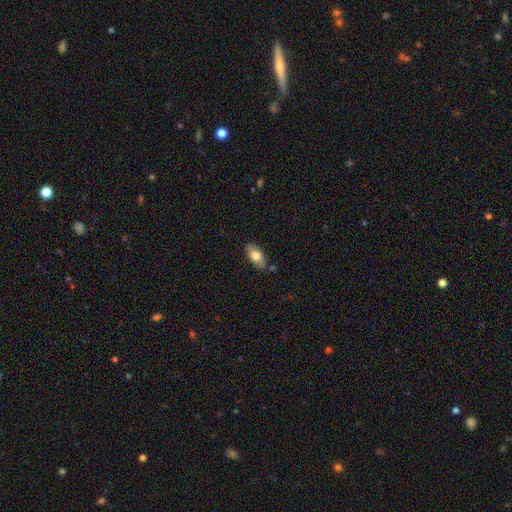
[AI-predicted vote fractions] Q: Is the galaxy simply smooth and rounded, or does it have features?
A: smooth — 75%.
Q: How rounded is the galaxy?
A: in between — 90%.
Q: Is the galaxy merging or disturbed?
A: none — 81%.